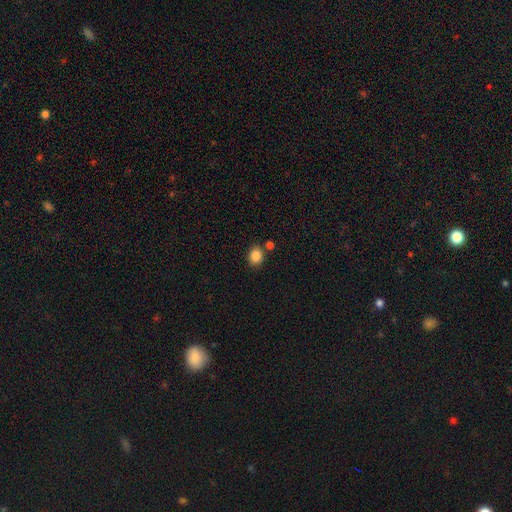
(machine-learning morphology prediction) A smooth galaxy with no disk features (85%) that is round (67%).

Vote fractions:
- Smooth or featured? smooth: 85% / star or artifact: 10% / featured or disk: 5%
- How rounded? round: 67% / in between: 32% / cigar-shaped: 1%
- Merging? none: 79% / minor disturbance: 9% / merger: 9% / major disturbance: 3%